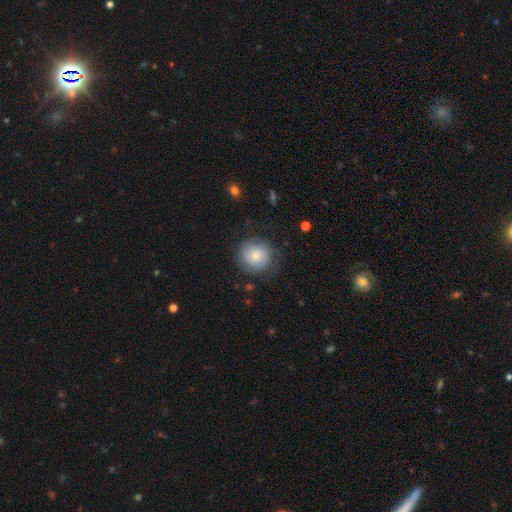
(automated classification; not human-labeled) Smooth or featured?
  - smooth: 63% *
  - featured or disk: 29%
  - star or artifact: 8%
How rounded?
  - round: 90% *
  - in between: 10%
  - cigar-shaped: 1%
Merging?
  - none: 74% *
  - minor disturbance: 17%
  - major disturbance: 7%
  - merger: 1%